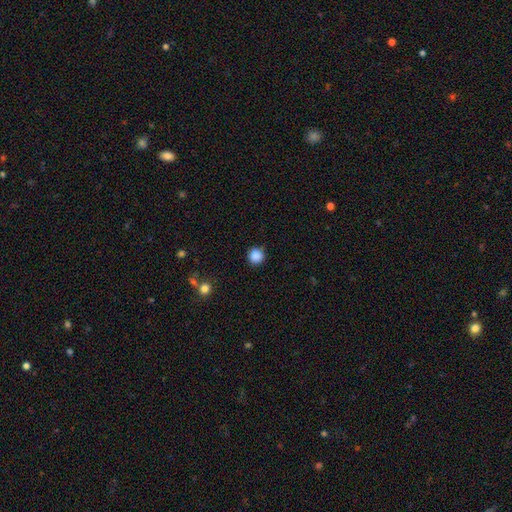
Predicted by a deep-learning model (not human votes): This appears to be a smooth galaxy with no disk features (87%) that is round (94%). Merging: none (88%).